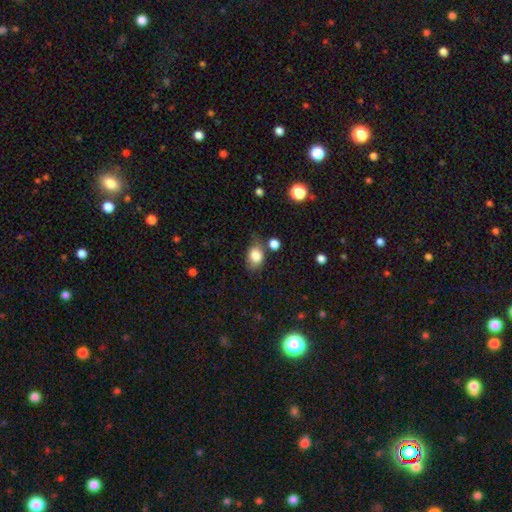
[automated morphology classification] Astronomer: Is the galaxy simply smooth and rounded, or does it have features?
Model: smooth — 83%.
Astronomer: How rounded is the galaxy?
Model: in between — 71%.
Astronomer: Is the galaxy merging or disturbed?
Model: none — 60%.